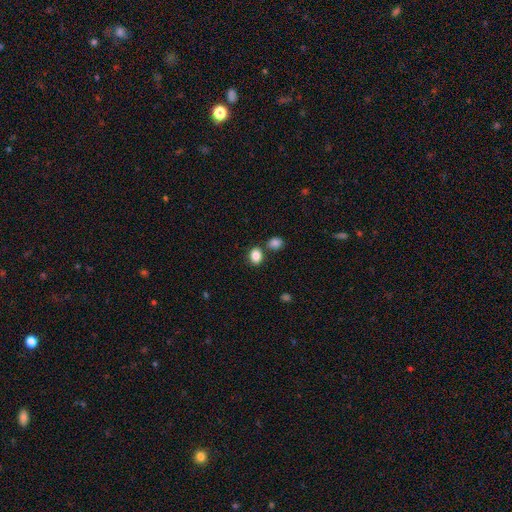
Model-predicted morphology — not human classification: The model was most divided on "how rounded": in between: 59%, round: 40%, cigar-shaped: 1%. More confident: smooth or featured — smooth (86%); merging — none (70%).